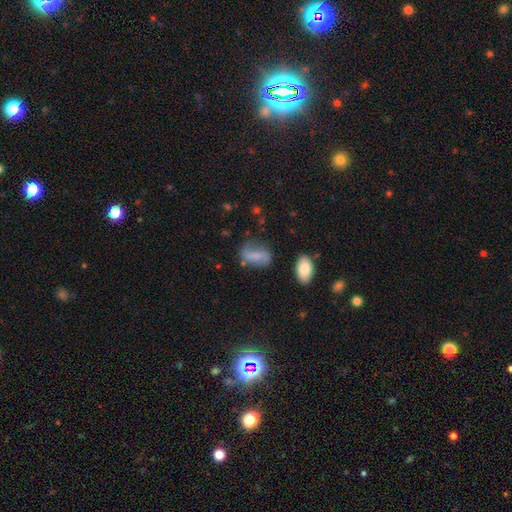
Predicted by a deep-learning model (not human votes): A smooth galaxy with no disk features (49%). Merging: none (60%).